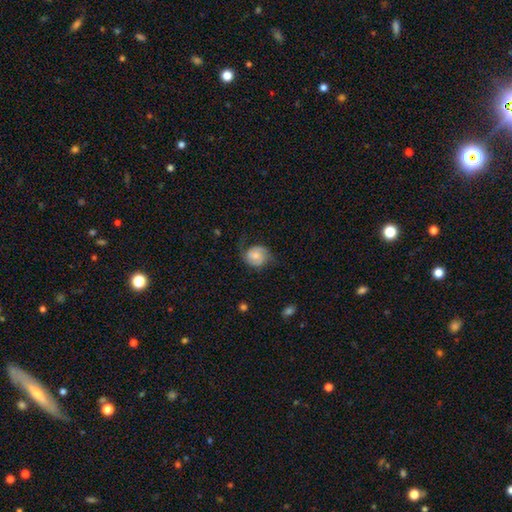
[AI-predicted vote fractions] Q: Smooth or featured?
A: featured or disk (64%); runner-up: smooth (28%)
Q: Edge-on disk?
A: no (98%); runner-up: yes (2%)
Q: Bar?
A: no (65%); runner-up: weak (30%)
Q: Spiral arms?
A: yes (92%); runner-up: no (8%)
Q: Spiral winding?
A: medium (42%); runner-up: tight (37%)
Q: Spiral arm count?
A: 2 (83%); runner-up: can't tell (8%)
Q: Bulge size?
A: moderate (48%); runner-up: small (42%)
Q: Merging?
A: none (63%); runner-up: minor disturbance (23%)